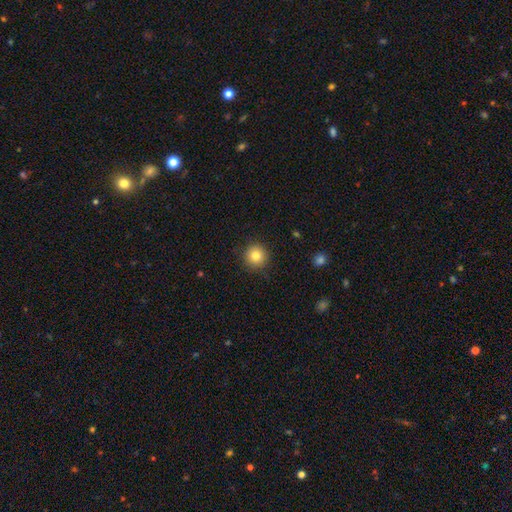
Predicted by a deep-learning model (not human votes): smooth 81%, star or artifact 11%, featured or disk 8%. Down the decision tree: how rounded — round (95%); merging — none (90%).